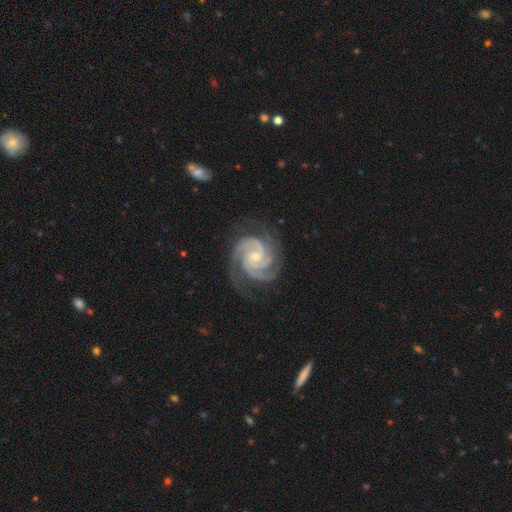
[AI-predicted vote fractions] This is clearly a featured or disk galaxy (94%). It is clearly not viewed edge-on (98%). Bar: likely no (66%). Spiral arm pattern: clearly yes (99%). Spiral arm count: possibly 3 (56%). Spiral winding: likely tight (66%). Central bulge: likely small (63%). Merging: likely none (78%).